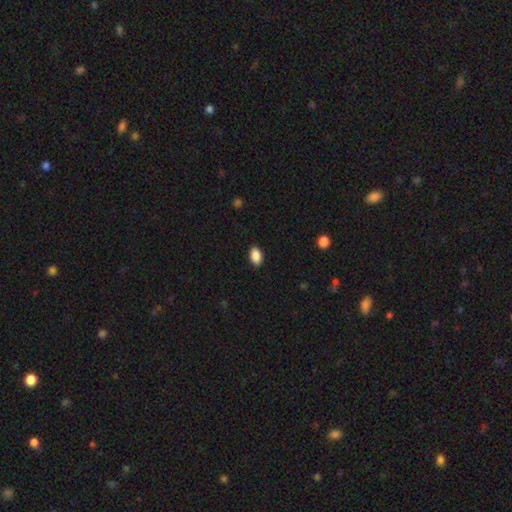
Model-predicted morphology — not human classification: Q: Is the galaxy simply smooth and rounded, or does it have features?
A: smooth — 89%.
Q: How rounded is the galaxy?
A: in between — 91%.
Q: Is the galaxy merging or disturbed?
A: none — 88%.